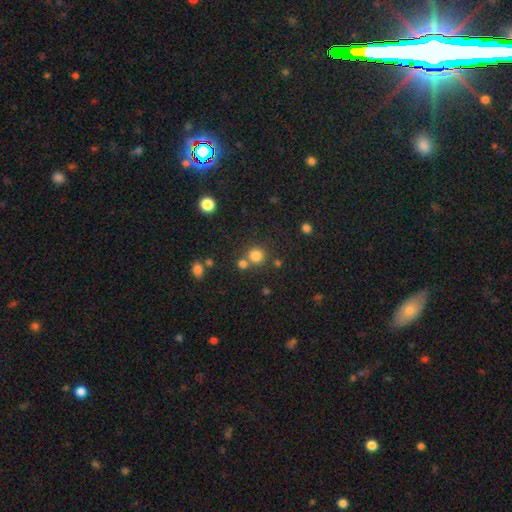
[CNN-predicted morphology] smooth 80%, star or artifact 15%, featured or disk 6%. Down the decision tree: how rounded — round (90%); merging — none (66%).